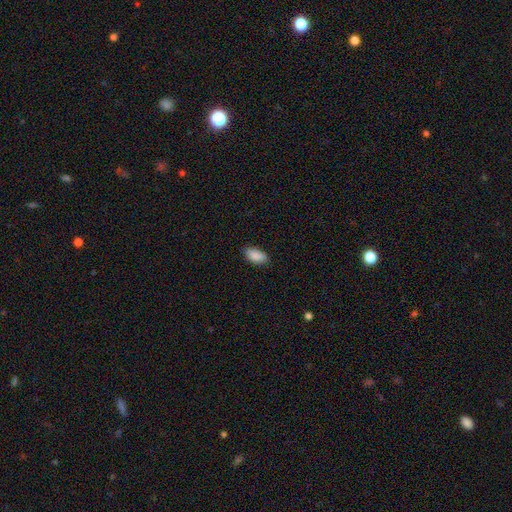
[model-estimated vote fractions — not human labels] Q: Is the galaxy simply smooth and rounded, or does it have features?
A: smooth — 90%.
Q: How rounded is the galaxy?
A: in between — 93%.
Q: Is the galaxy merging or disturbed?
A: none — 84%.